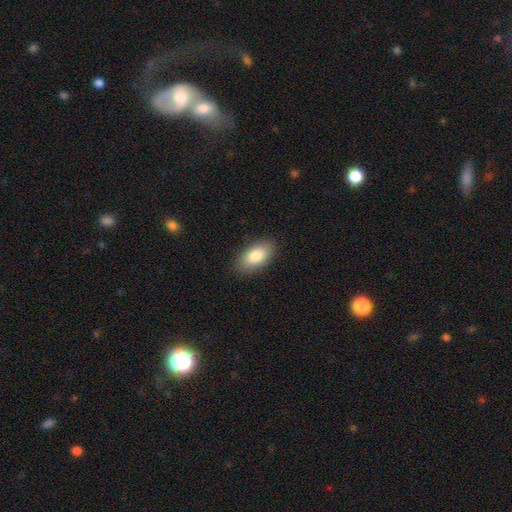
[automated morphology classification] Smooth or featured?
  - smooth: 82% *
  - featured or disk: 11%
  - star or artifact: 7%
How rounded?
  - in between: 92% *
  - round: 4%
  - cigar-shaped: 4%
Merging?
  - none: 88% *
  - minor disturbance: 9%
  - major disturbance: 2%
  - merger: 1%